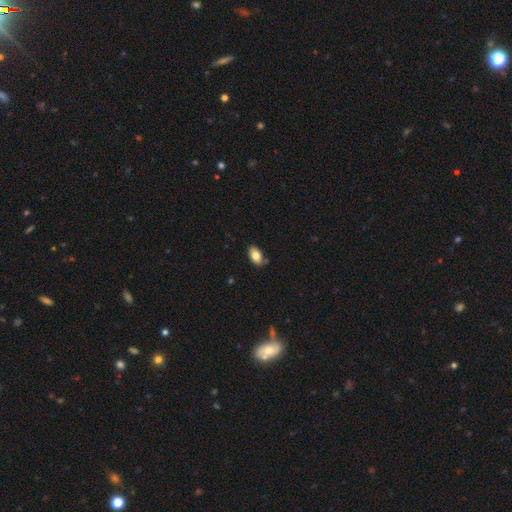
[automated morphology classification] This appears to be a smooth galaxy with no disk features (82%) that is in between round and cigar-shaped (93%). Merging: none (79%).